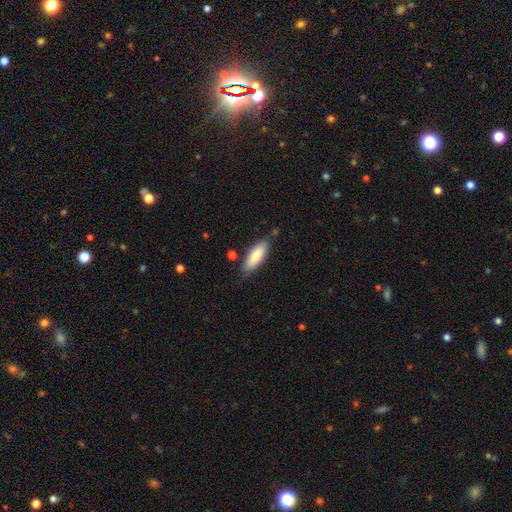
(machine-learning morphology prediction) Q: Smooth or featured?
A: smooth (85%); runner-up: featured or disk (9%)
Q: How rounded?
A: in between (62%); runner-up: cigar-shaped (37%)
Q: Merging?
A: none (76%); runner-up: minor disturbance (17%)